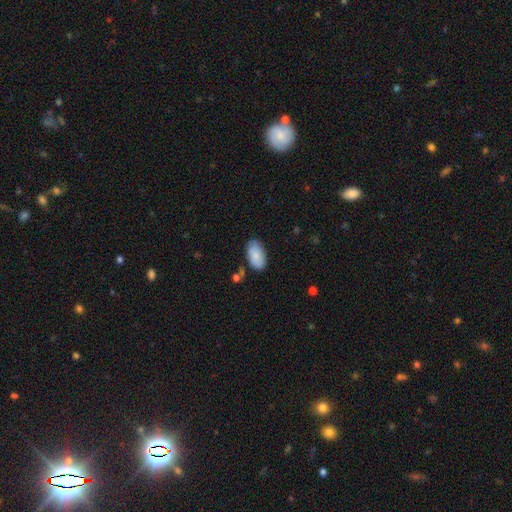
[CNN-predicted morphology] Smooth or featured: smooth — 86% (featured or disk — 8%)
How rounded: in between — 95% (round — 3%)
Merging: none — 78% (minor disturbance — 16%)